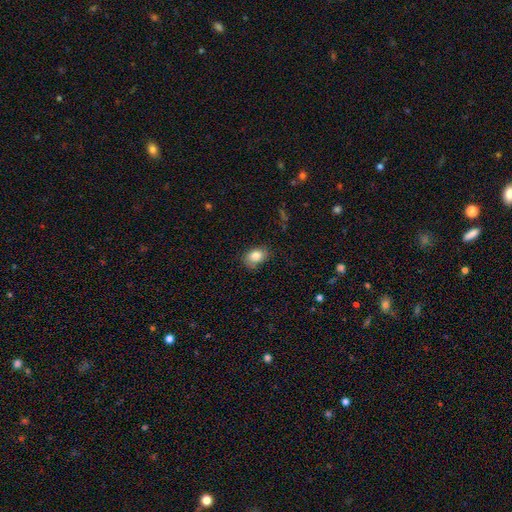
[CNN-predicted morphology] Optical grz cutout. It shows a smooth galaxy with no disk features (83%) that is in between round and cigar-shaped (76%). Merging: none (75%).